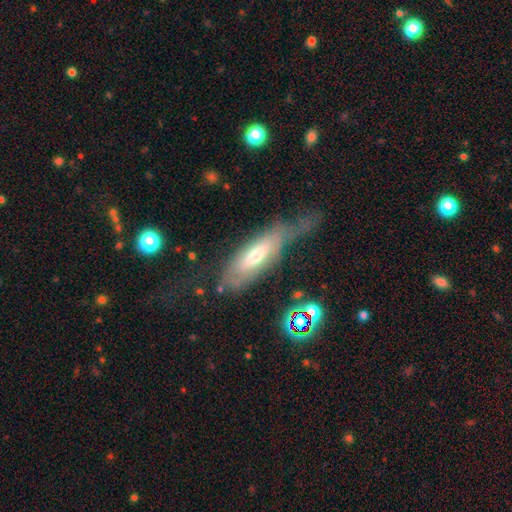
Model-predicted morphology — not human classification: This is possibly a smooth galaxy (49%). Merging: marginally major disturbance (39%).